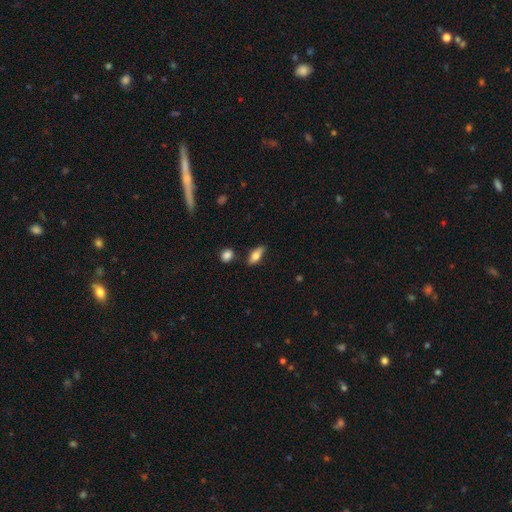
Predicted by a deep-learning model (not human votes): smooth 65%, featured or disk 28%, star or artifact 7%. Down the decision tree: how rounded — in between (71%); merging — none (80%).